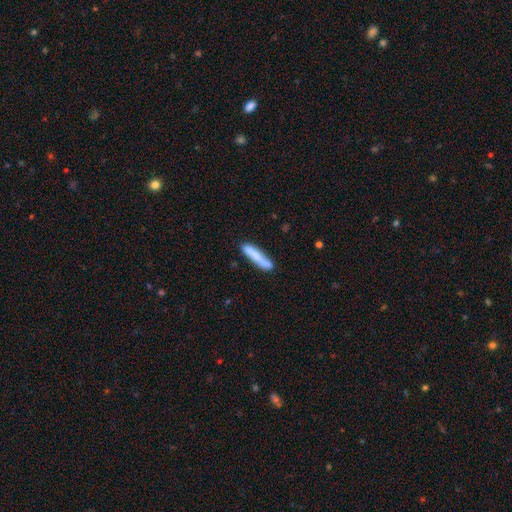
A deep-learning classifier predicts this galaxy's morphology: smooth 77%, featured or disk 17%, star or artifact 6%. Down the decision tree: how rounded — cigar-shaped (90%); merging — none (76%).